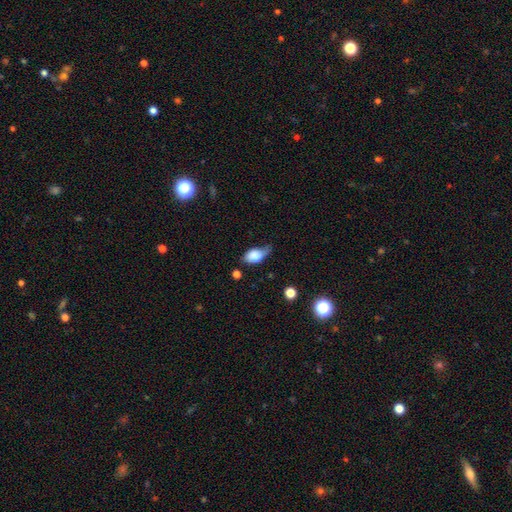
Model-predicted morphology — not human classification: Smooth or featured? smooth (80%)
How rounded? in between (89%)
Merging? minor disturbance (46%)